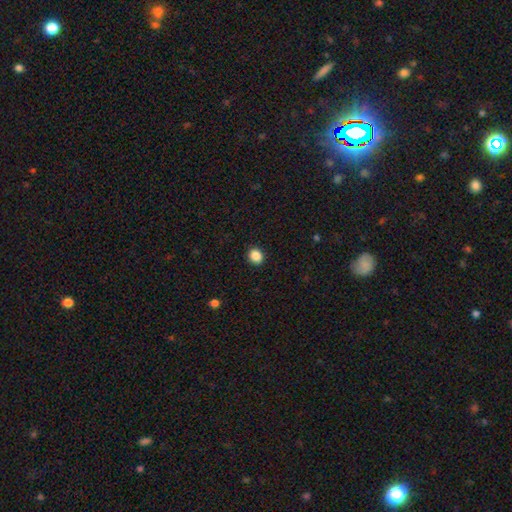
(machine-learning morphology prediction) smooth-or-featured: smooth: 88% | star or artifact: 10% | featured or disk: 3%
  how-rounded: round: 72% | in between: 28% | cigar-shaped: 1%
  merging: none: 92% | minor disturbance: 5% | major disturbance: 2% | merger: 1%